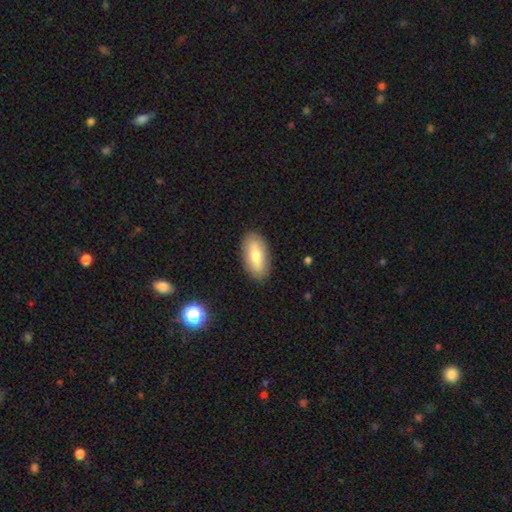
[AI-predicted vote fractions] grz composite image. It shows a smooth galaxy with no disk features (76%) that is in between round and cigar-shaped (90%). Merging: none (87%).